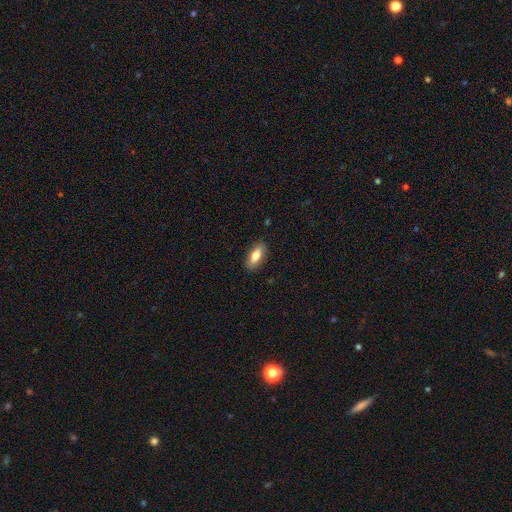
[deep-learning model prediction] Q: Smooth or featured?
A: smooth (78%); runner-up: featured or disk (16%)
Q: How rounded?
A: in between (80%); runner-up: cigar-shaped (17%)
Q: Merging?
A: none (87%); runner-up: minor disturbance (10%)